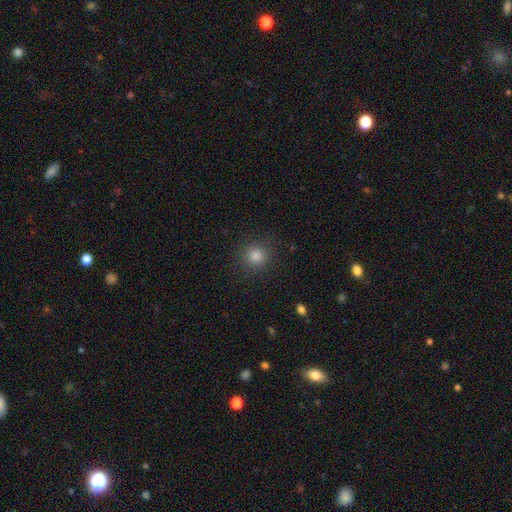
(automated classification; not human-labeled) Smooth or featured? Predicted: smooth (p=0.82). How rounded? Predicted: round (p=0.92). Merging? Predicted: none (p=0.90).